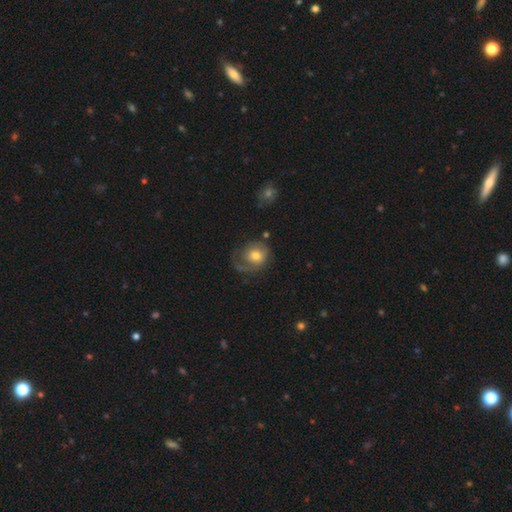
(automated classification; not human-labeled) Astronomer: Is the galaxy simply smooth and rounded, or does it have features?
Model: featured or disk — 46%, tied with smooth at 46%.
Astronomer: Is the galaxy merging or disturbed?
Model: none — 42% (runner-up: major disturbance, 32%).